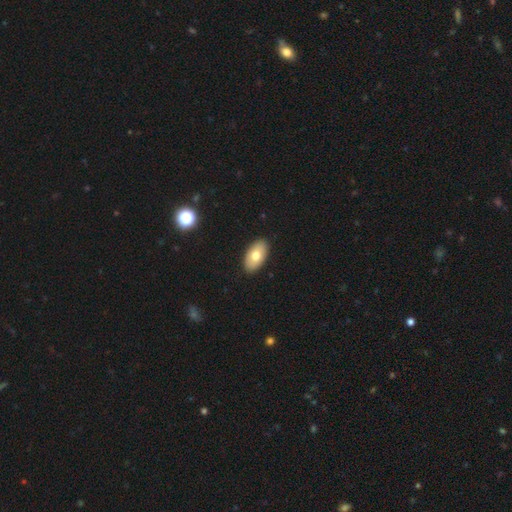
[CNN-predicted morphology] The model was most divided on "smooth or featured": smooth: 73%, featured or disk: 20%, star or artifact: 7%. More confident: how rounded — in between (94%); merging — none (90%).